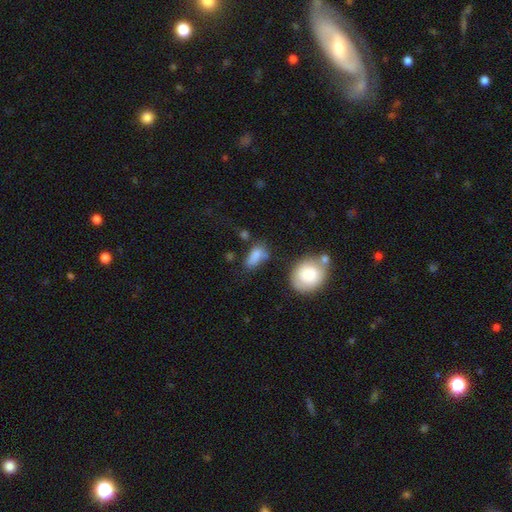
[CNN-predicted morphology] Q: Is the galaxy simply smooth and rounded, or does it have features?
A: smooth — 77%.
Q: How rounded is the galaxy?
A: in between — 83%.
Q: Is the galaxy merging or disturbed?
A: none — 45%.